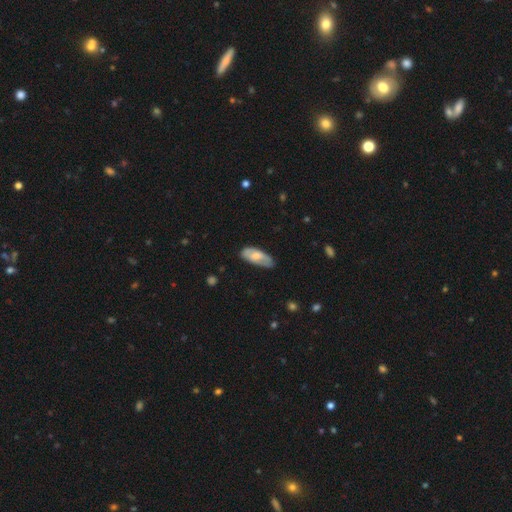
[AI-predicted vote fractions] This appears to be a smooth galaxy with no disk features (61%) that is in between round and cigar-shaped (82%). Merging: none (62%).